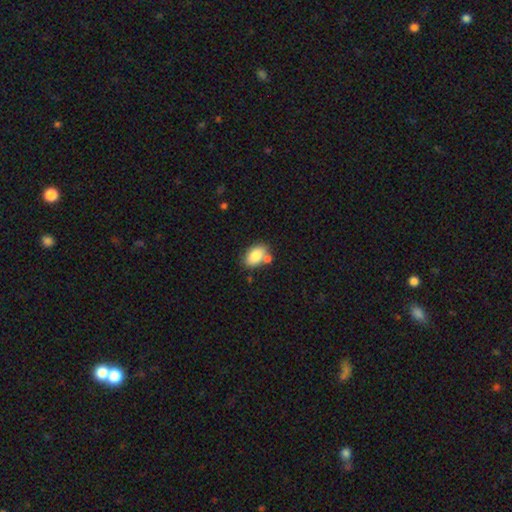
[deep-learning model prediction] This is clearly a smooth galaxy (83%). How rounded: clearly in between (88%). Merging: possibly none (57%).